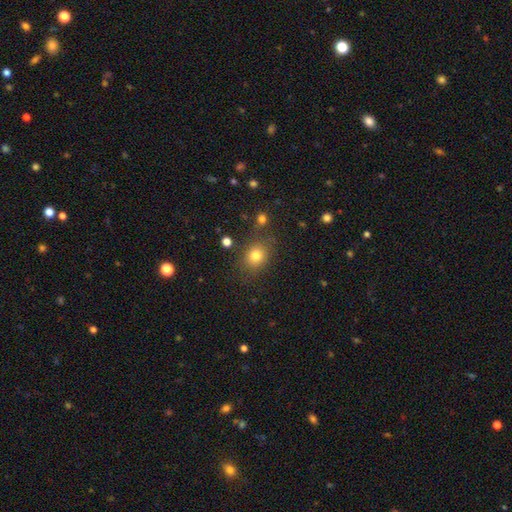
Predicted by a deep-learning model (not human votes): Smooth or featured? smooth (78%)
How rounded? round (61%)
Merging? none (78%)